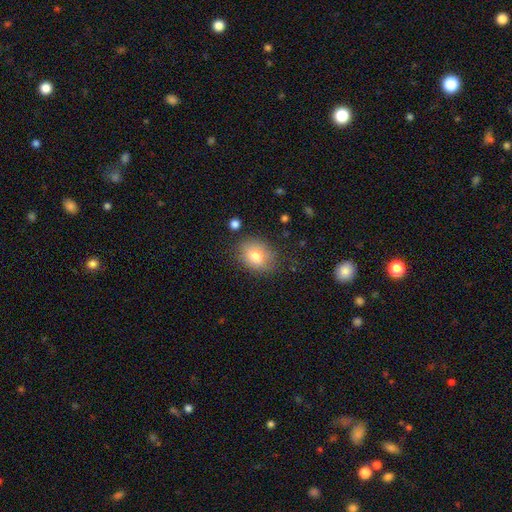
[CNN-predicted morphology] Smooth or featured?
  - smooth: 78% *
  - featured or disk: 13%
  - star or artifact: 9%
How rounded?
  - in between: 61% *
  - round: 38%
  - cigar-shaped: 1%
Merging?
  - none: 77% *
  - minor disturbance: 16%
  - major disturbance: 4%
  - merger: 2%